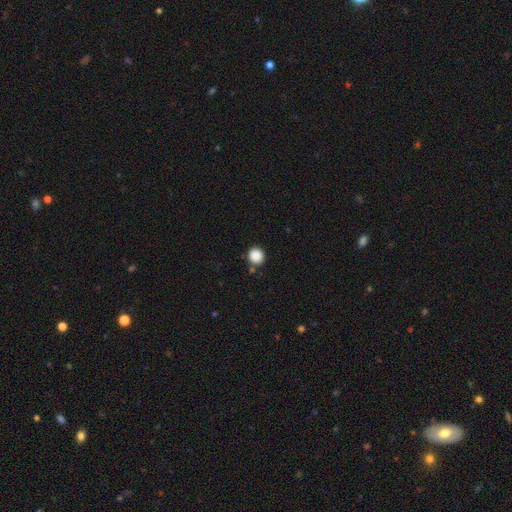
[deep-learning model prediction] Smooth or featured: smooth — 88% (star or artifact — 9%)
How rounded: round — 91% (in between — 8%)
Merging: none — 85% (minor disturbance — 8%)